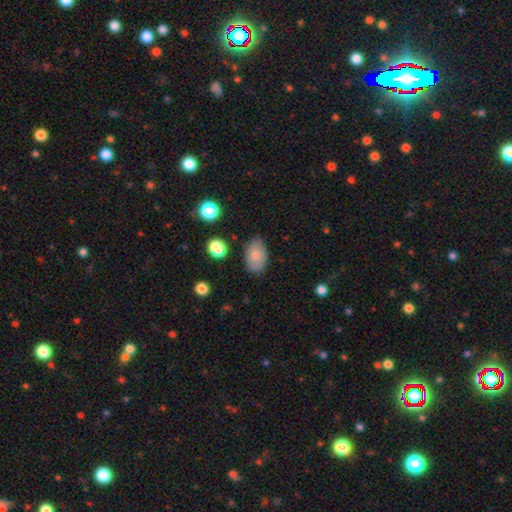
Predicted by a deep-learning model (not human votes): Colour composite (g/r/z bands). It shows a smooth galaxy with no disk features (80%) that is in between round and cigar-shaped (91%). Merging: none (79%).